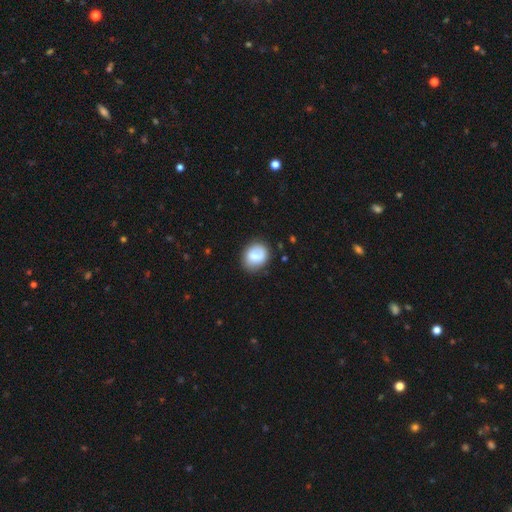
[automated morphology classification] The model was most divided on "how rounded": round: 65%, in between: 34%, cigar-shaped: 1%. More confident: merging — none (77%); smooth or featured — smooth (73%).